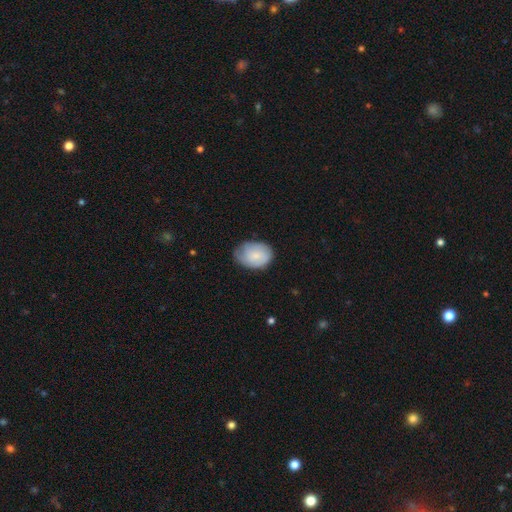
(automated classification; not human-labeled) Smooth or featured? smooth (72%)
How rounded? in between (73%)
Merging? none (61%)